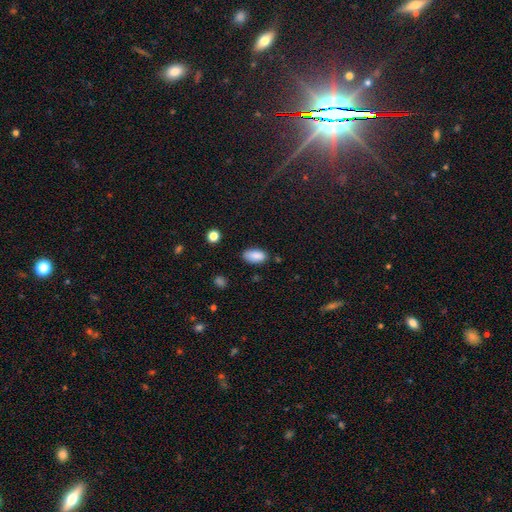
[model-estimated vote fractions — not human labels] Q: Smooth or featured?
A: smooth (88%); runner-up: star or artifact (8%)
Q: How rounded?
A: in between (93%); runner-up: cigar-shaped (4%)
Q: Merging?
A: none (79%); runner-up: minor disturbance (16%)